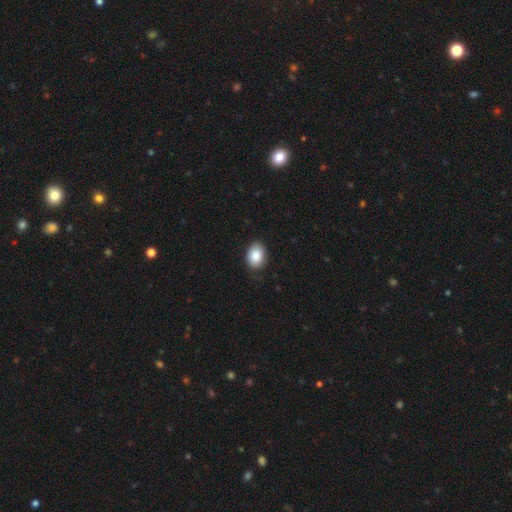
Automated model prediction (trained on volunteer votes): A smooth galaxy with no disk features (86%) that is in between round and cigar-shaped (71%). Merging: none (82%).